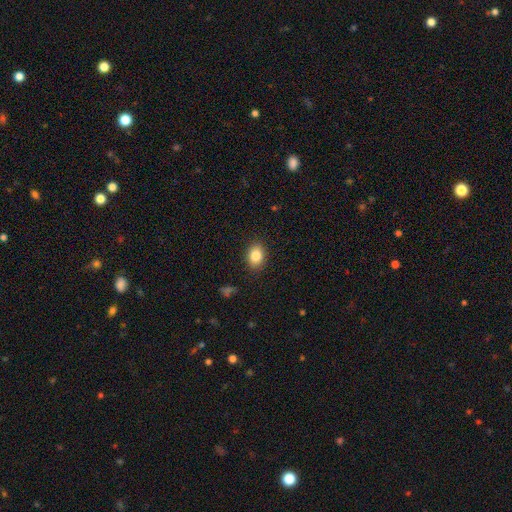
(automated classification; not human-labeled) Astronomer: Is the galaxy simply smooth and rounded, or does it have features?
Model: smooth — 84%.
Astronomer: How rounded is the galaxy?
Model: in between — 72%.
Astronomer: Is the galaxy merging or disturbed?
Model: none — 88%.